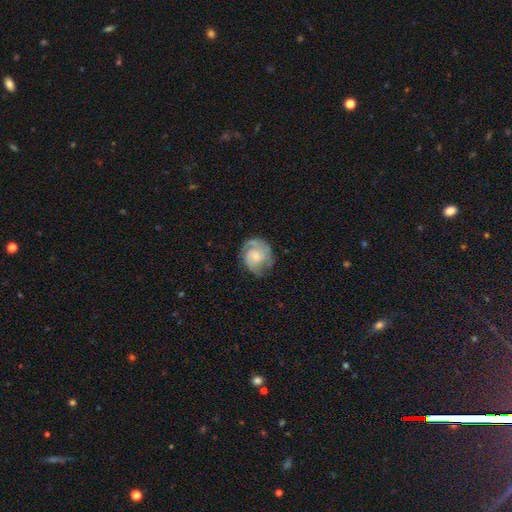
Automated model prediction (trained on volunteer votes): Q: Smooth or featured?
A: featured or disk (76%); runner-up: smooth (18%)
Q: Edge-on disk?
A: no (98%); runner-up: yes (2%)
Q: Bar?
A: no (67%); runner-up: weak (29%)
Q: Spiral arms?
A: yes (93%); runner-up: no (7%)
Q: Spiral winding?
A: tight (46%); runner-up: medium (41%)
Q: Spiral arm count?
A: 2 (55%); runner-up: can't tell (17%)
Q: Bulge size?
A: small (49%); runner-up: moderate (40%)
Q: Merging?
A: none (67%); runner-up: minor disturbance (21%)